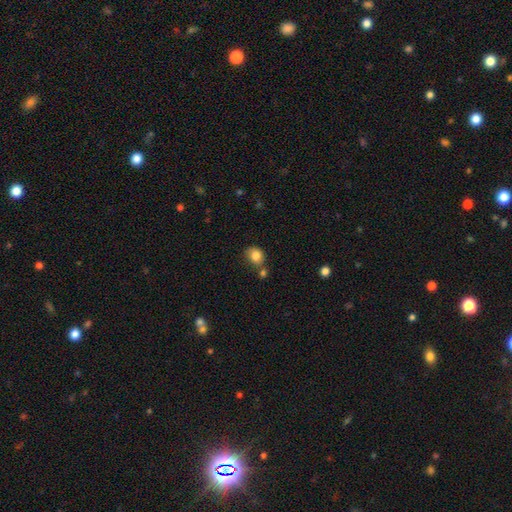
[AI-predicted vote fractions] A smooth galaxy with no disk features (83%) that is round (62%). Merging: none (59%).